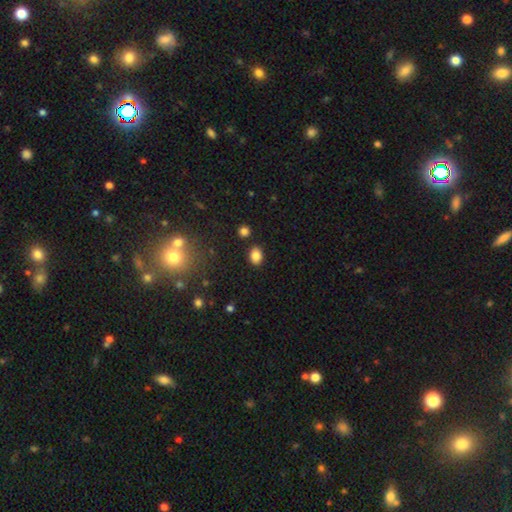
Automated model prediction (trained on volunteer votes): A smooth galaxy with no disk features (84%) that is in between round and cigar-shaped (65%). Merging: none (86%).